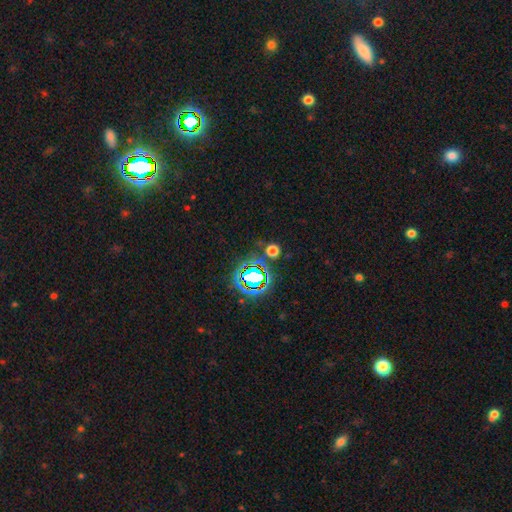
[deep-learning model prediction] Smooth or featured: star or artifact — 79% (smooth — 13%)